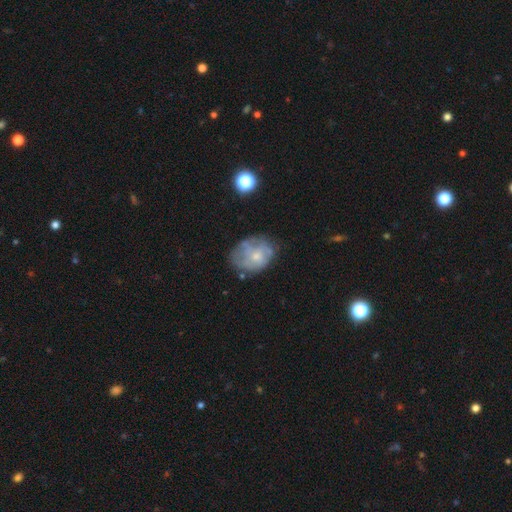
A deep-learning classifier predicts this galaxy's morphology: featured or disk 52%, smooth 39%, star or artifact 9%. Down the decision tree: edge-on disk — no (97%); bar — no (86%); spiral arms — no (63%); bulge size — small (58%); merging — none (53%).